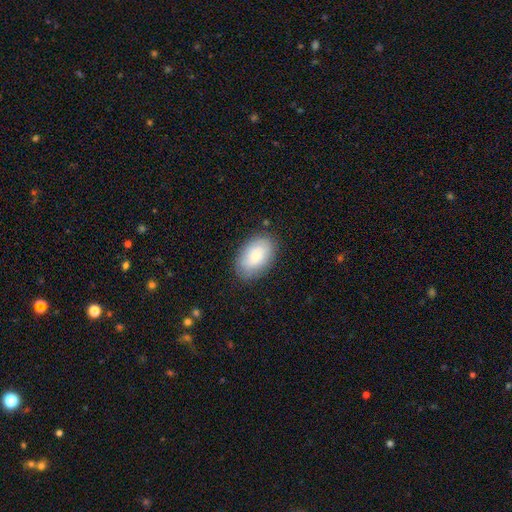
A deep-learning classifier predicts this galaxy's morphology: type=smooth (78%); roundness=in between (90%); merging=none (82%).